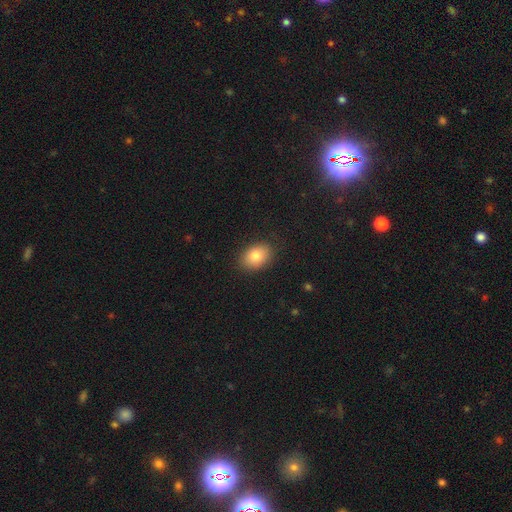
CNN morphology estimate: A smooth galaxy with no disk features (81%) that is in between round and cigar-shaped (74%). Merging: none (87%).